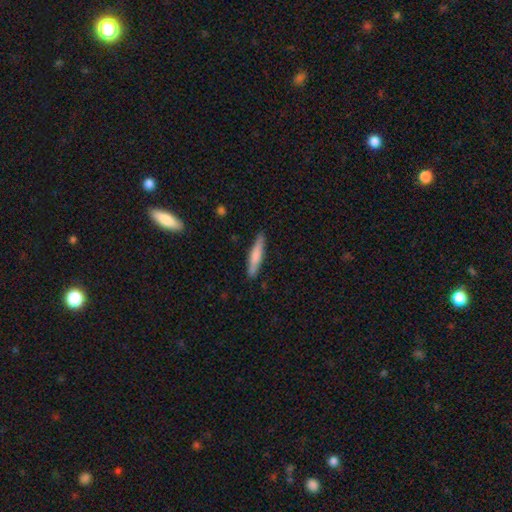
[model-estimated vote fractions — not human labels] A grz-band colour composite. It shows a smooth galaxy with no disk features (68%) that is cigar-shaped (91%). Merging: none (89%).